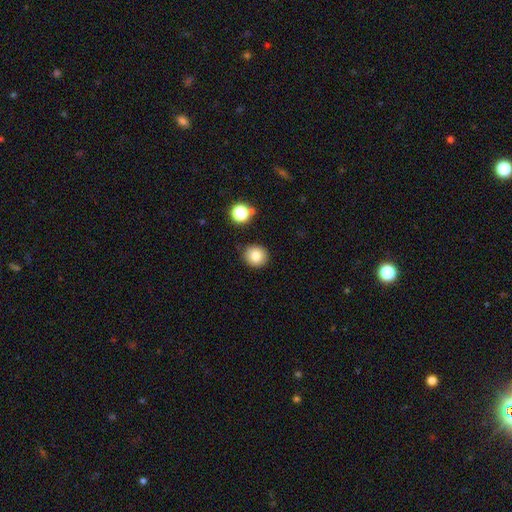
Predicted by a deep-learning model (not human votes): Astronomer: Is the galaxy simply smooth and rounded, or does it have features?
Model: smooth — 82%.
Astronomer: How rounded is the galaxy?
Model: round — 86%.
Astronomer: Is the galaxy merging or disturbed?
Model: none — 88%.